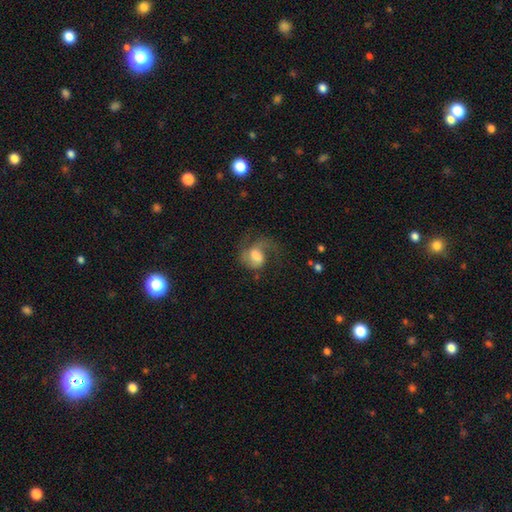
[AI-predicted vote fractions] featured or disk 64%, smooth 28%, star or artifact 8%. Down the decision tree: edge-on disk — no (98%); bar — weak (46%); spiral arms — yes (89%); spiral arm count — 2 (45%); spiral winding — medium (44%); bulge size — moderate (36%); merging — none (40%).